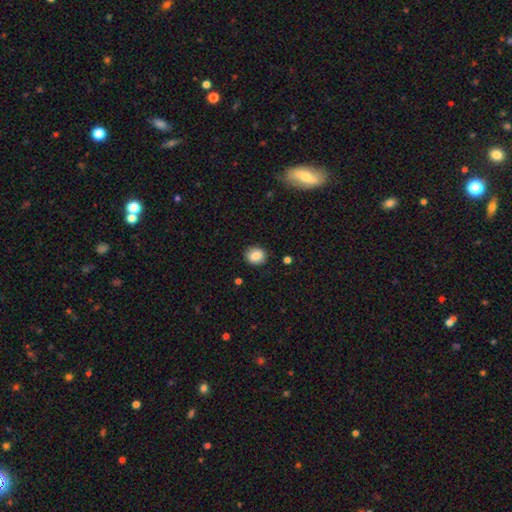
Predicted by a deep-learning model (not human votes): Smooth or featured: smooth — 86% (star or artifact — 9%)
How rounded: round — 74% (in between — 25%)
Merging: none — 87% (minor disturbance — 10%)